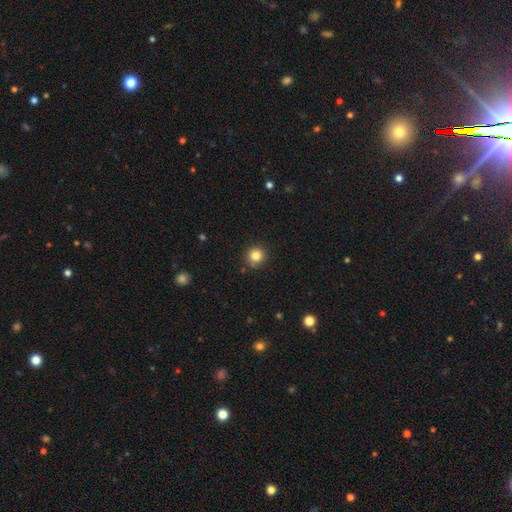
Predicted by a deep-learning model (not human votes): The model was most divided on "smooth or featured": smooth: 83%, star or artifact: 12%, featured or disk: 5%. More confident: how rounded — round (93%); merging — none (88%).